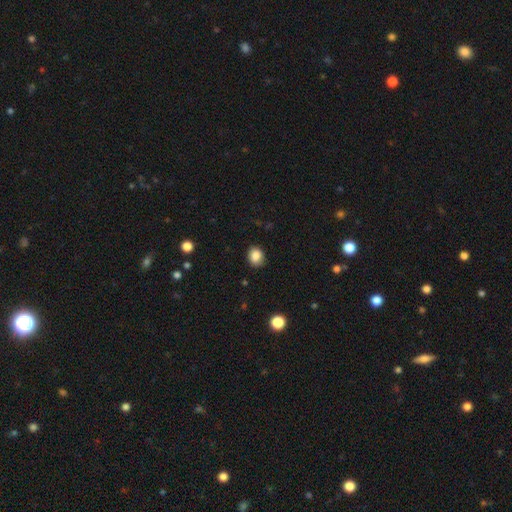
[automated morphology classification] This is clearly a smooth galaxy (86%). How rounded: possibly round (57%). Merging: clearly none (86%).